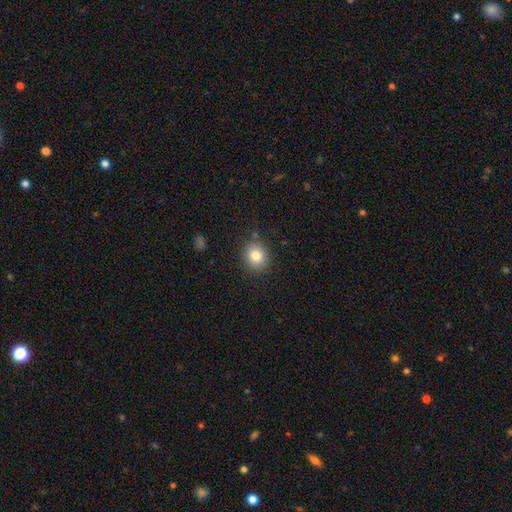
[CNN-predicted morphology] This appears to be a smooth galaxy with no disk features (81%) that is round (71%). Merging: none (84%).